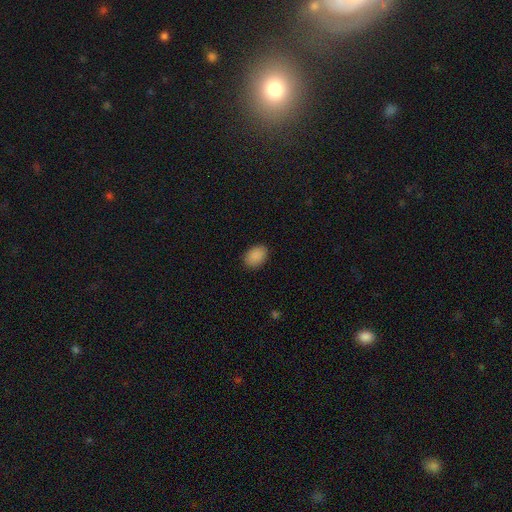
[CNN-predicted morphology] Smooth or featured: smooth — 89% (star or artifact — 8%)
How rounded: in between — 81% (round — 18%)
Merging: none — 88% (minor disturbance — 9%)